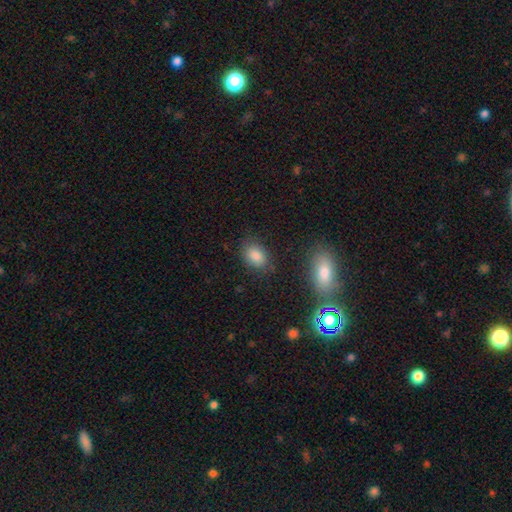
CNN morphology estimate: smooth_or_featured: smooth (p=0.85) [alt: star or artifact p=0.09]
how_rounded: in between (p=0.80) [alt: round p=0.18]
merging: none (p=0.80) [alt: minor disturbance p=0.13]